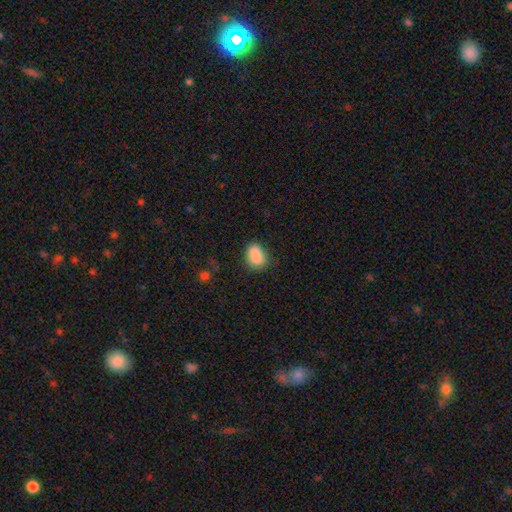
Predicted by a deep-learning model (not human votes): This appears to be a smooth galaxy with no disk features (88%) that is in between round and cigar-shaped (76%). Merging: none (74%).